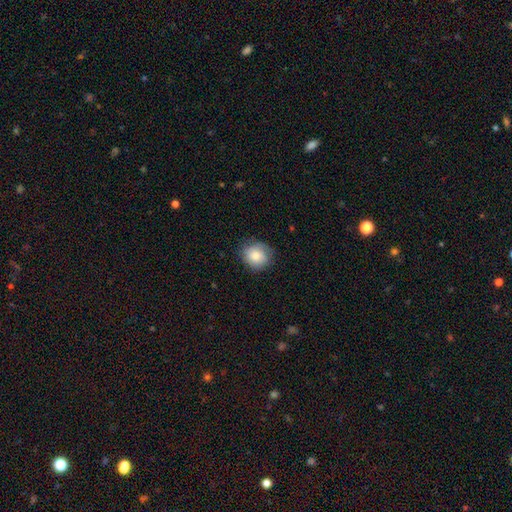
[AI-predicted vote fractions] Smooth or featured: smooth — 78% (featured or disk — 14%)
How rounded: round — 77% (in between — 22%)
Merging: none — 77% (minor disturbance — 18%)